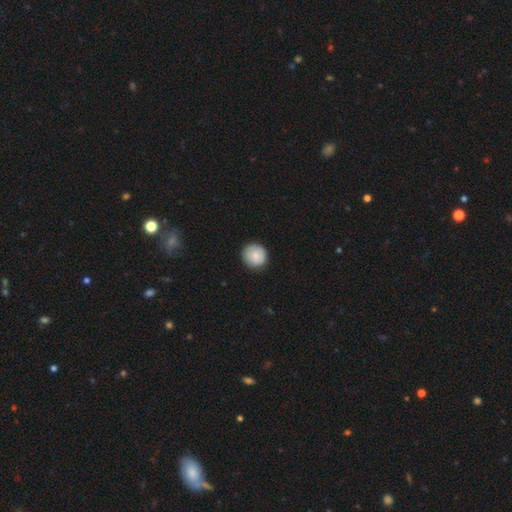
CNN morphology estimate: The model was most divided on "smooth or featured": smooth: 82%, featured or disk: 11%, star or artifact: 7%. More confident: how rounded — round (92%); merging — none (88%).